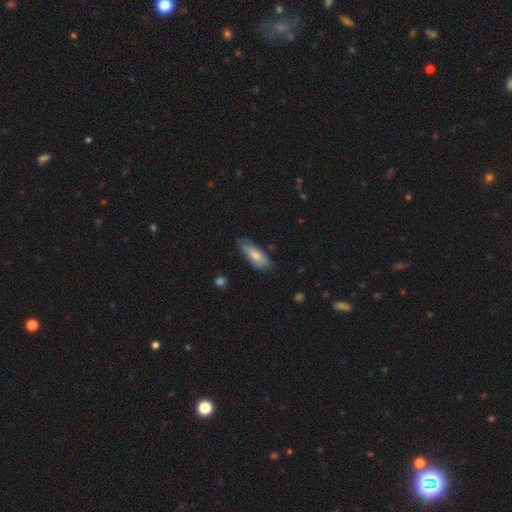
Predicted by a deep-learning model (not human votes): A smooth galaxy with no disk features (77%) that is in between round and cigar-shaped (69%).

Vote fractions:
- Smooth or featured? smooth: 77% / featured or disk: 17% / star or artifact: 6%
- How rounded? in between: 69% / cigar-shaped: 29% / round: 2%
- Merging? none: 74% / minor disturbance: 21% / major disturbance: 3% / merger: 2%